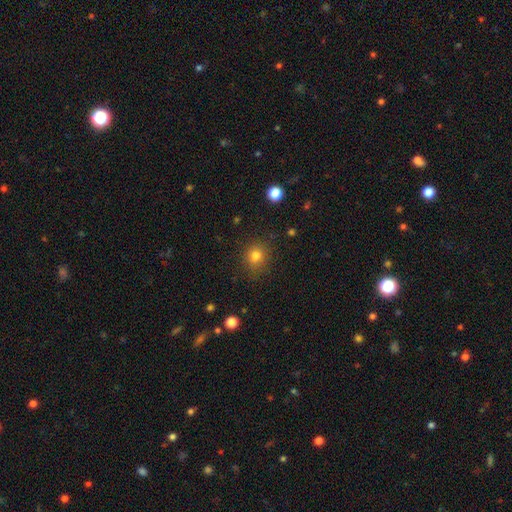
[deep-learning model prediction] Morphology: type=smooth (79%); roundness=round (81%); merging=none (84%).